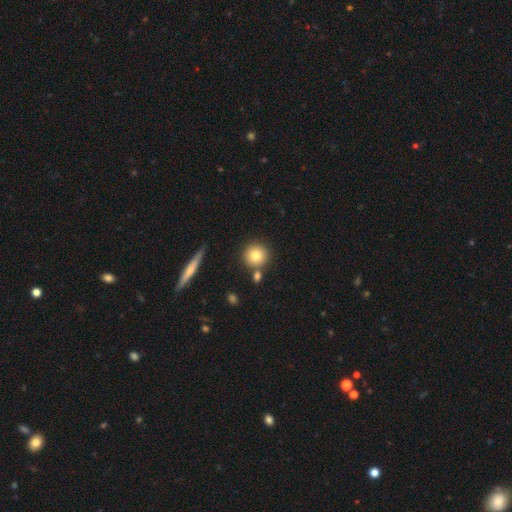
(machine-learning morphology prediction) This appears to be a smooth galaxy with no disk features (81%) that is round (92%). Merging: none (76%).